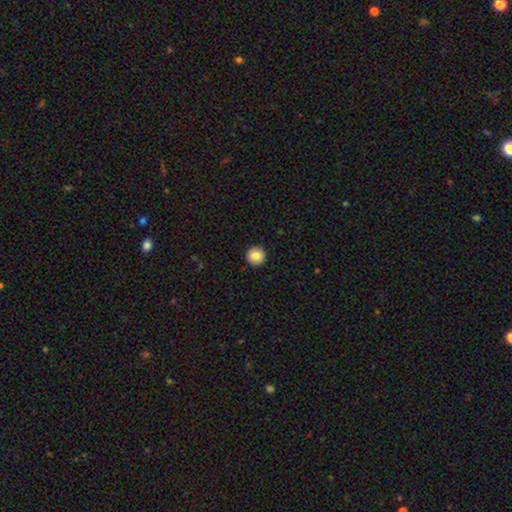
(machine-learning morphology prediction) smooth_or_featured: smooth (p=0.84) [alt: featured or disk p=0.08]
how_rounded: round (p=0.96) [alt: in between p=0.03]
merging: none (p=0.93) [alt: minor disturbance p=0.05]